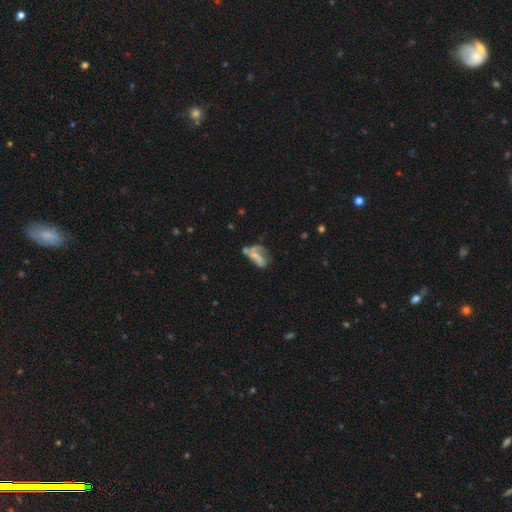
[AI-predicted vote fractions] smooth_or_featured: featured or disk (p=0.46) [alt: smooth p=0.41]
merging: major disturbance (p=0.33) [alt: merger p=0.30]